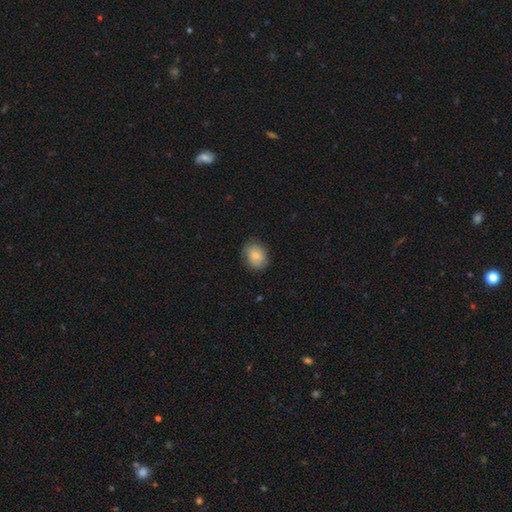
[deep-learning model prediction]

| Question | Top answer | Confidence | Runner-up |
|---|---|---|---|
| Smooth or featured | smooth | 79% | featured or disk (13%) |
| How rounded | in between | 53% | round (46%) |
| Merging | none | 78% | minor disturbance (17%) |